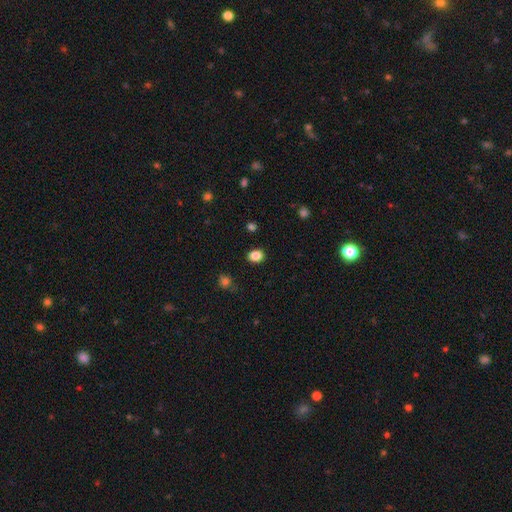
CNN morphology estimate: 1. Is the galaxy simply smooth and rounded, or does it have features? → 86% smooth, 10% star or artifact, 4% featured or disk.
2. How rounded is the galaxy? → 55% in between, 44% round, 1% cigar-shaped.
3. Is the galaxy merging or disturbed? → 89% none, 8% minor disturbance, 2% major disturbance, 1% merger.